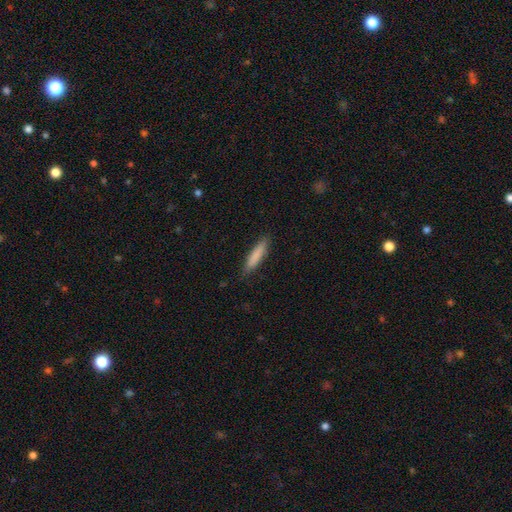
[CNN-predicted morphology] Smooth or featured? smooth (84%)
How rounded? cigar-shaped (83%)
Merging? none (87%)